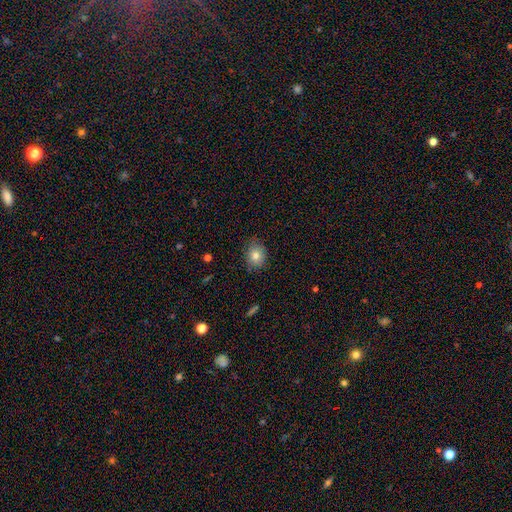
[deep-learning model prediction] smooth_or_featured: smooth (p=0.79) [alt: featured or disk p=0.11]
how_rounded: round (p=0.53) [alt: in between p=0.46]
merging: none (p=0.79) [alt: minor disturbance p=0.17]